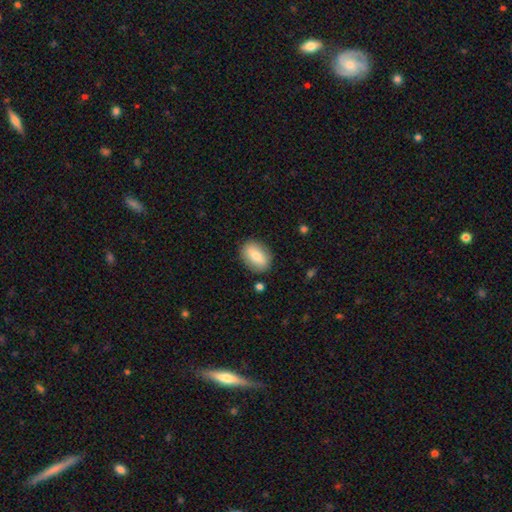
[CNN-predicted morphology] smooth_or_featured: smooth (p=0.67) [alt: featured or disk p=0.26]
how_rounded: in between (p=0.81) [alt: round p=0.16]
merging: none (p=0.85) [alt: minor disturbance p=0.10]